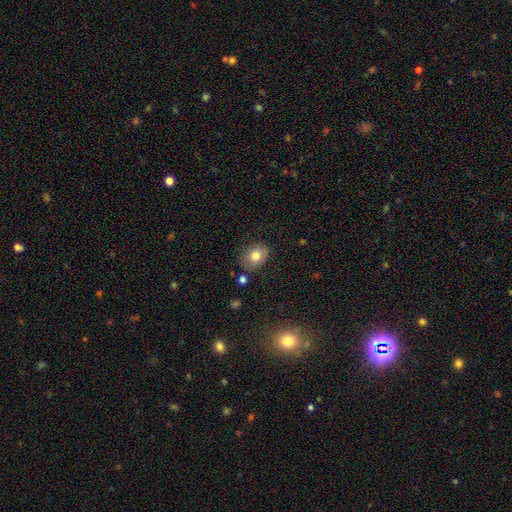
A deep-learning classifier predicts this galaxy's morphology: smooth 81%, featured or disk 11%, star or artifact 9%. Down the decision tree: how rounded — in between (51%); merging — none (79%).